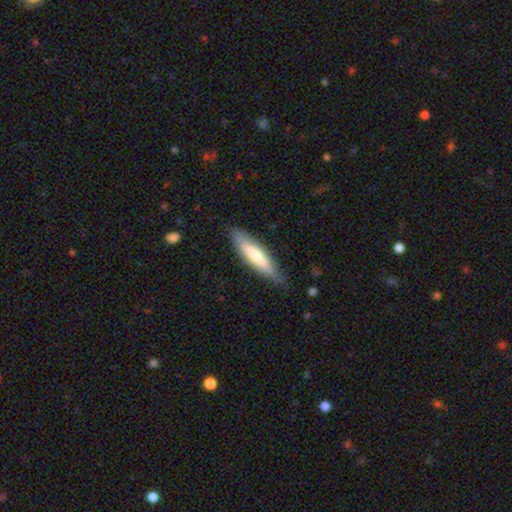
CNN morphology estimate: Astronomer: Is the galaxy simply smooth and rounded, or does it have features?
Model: smooth — 67%.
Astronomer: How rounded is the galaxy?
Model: cigar-shaped — 74%.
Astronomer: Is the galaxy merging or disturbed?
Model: none — 80%.